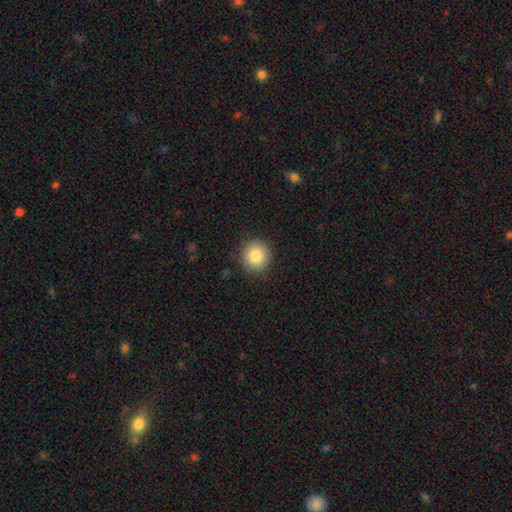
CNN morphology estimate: The model was most divided on "smooth or featured": smooth: 84%, star or artifact: 9%, featured or disk: 7%. More confident: how rounded — round (91%); merging — none (89%).